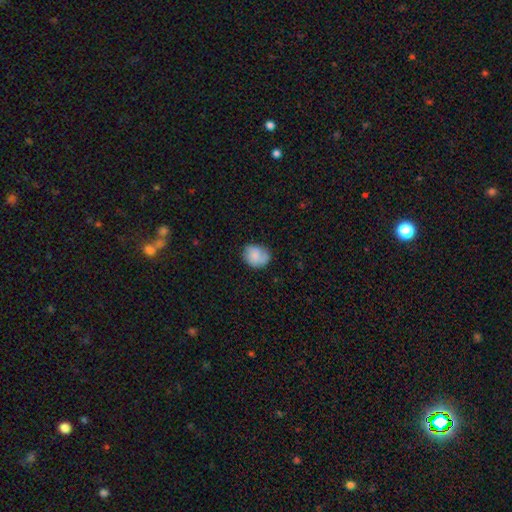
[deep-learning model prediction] This appears to be a smooth galaxy with no disk features (81%) that is round (60%). Merging: none (67%).